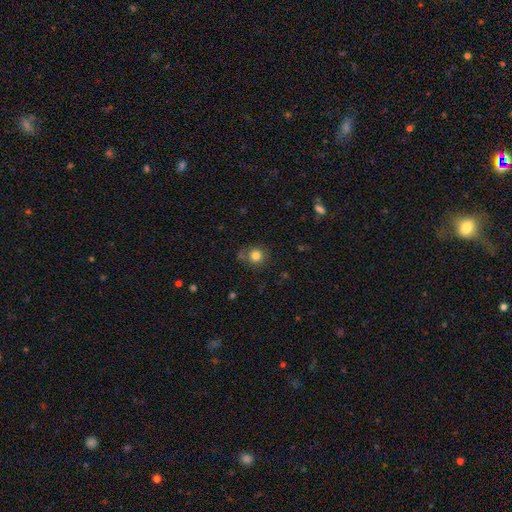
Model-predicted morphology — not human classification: smooth_or_featured: smooth (p=0.81) [alt: star or artifact p=0.12]
how_rounded: round (p=0.91) [alt: in between p=0.09]
merging: none (p=0.75) [alt: minor disturbance p=0.14]